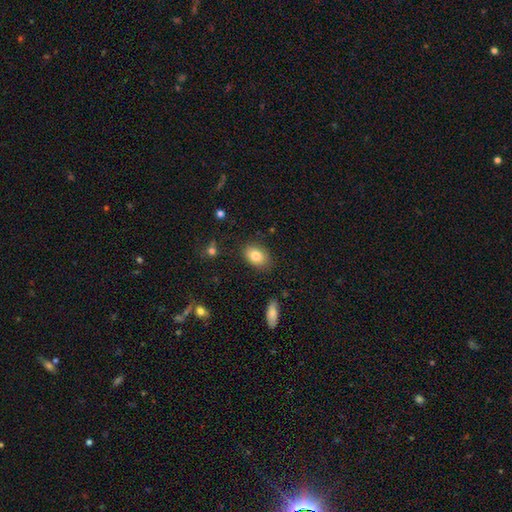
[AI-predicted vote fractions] Morphology: type=smooth (81%); roundness=in between (84%); merging=none (83%).